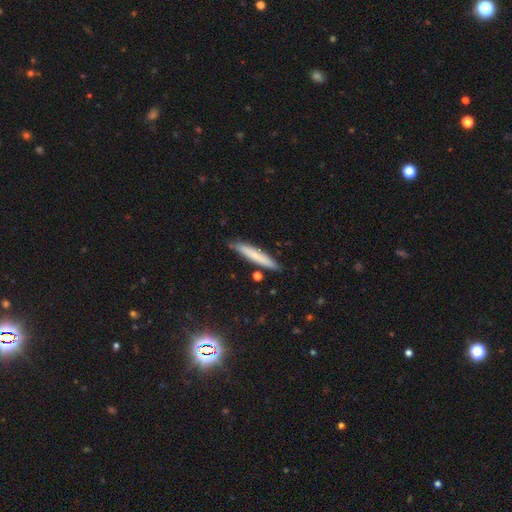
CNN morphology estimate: smooth-or-featured: smooth: 71% | featured or disk: 22% | star or artifact: 7%
  how-rounded: cigar-shaped: 93% | in between: 5% | round: 1%
  merging: none: 85% | minor disturbance: 11% | merger: 2% | major disturbance: 2%